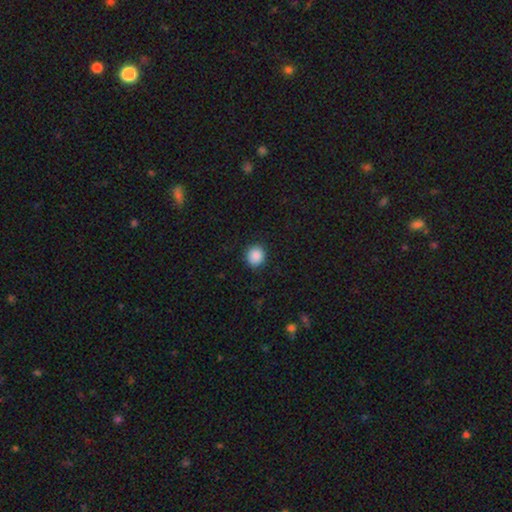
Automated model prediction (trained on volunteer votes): Overall: smooth (88%). How rounded: round (84%). Merging: none (90%).